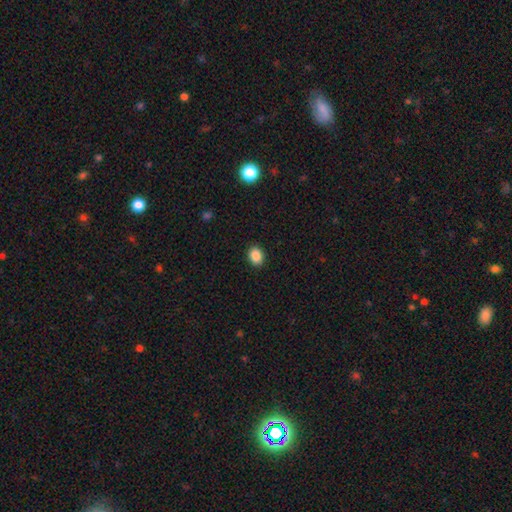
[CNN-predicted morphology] smooth_or_featured: smooth (p=0.87) [alt: star or artifact p=0.09]
how_rounded: in between (p=0.60) [alt: round p=0.40]
merging: none (p=0.91) [alt: minor disturbance p=0.07]